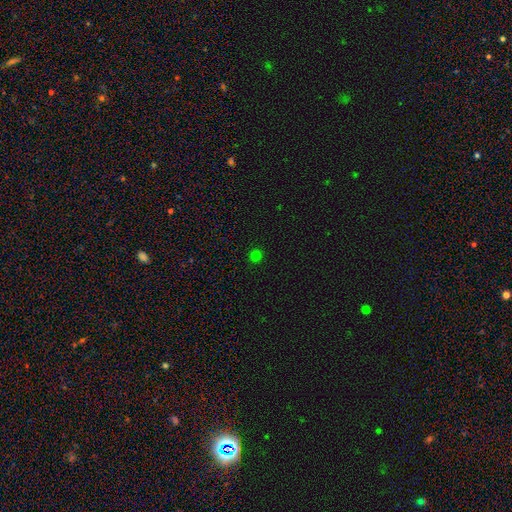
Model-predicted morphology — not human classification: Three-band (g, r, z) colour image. It shows a smooth galaxy with no disk features (77%) that is round (93%). Merging: none (92%).